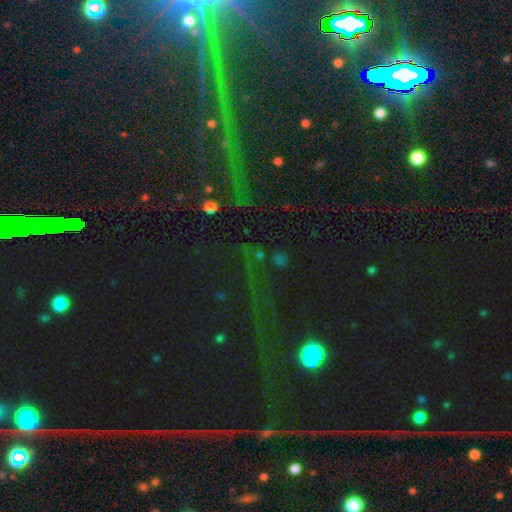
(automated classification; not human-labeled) Smooth or featured?
  - star or artifact: 69% *
  - smooth: 21%
  - featured or disk: 11%